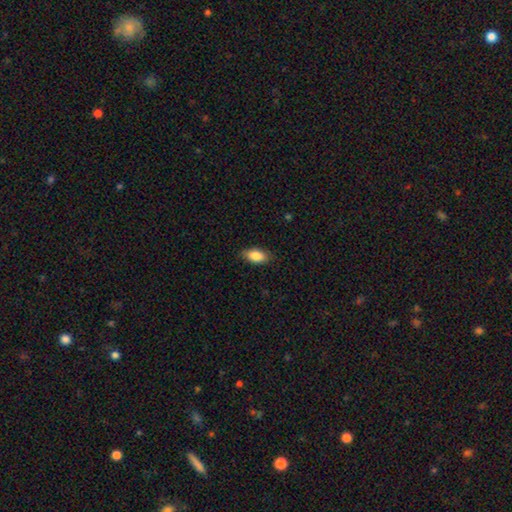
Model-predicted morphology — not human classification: Smooth or featured? smooth (85%)
How rounded? in between (90%)
Merging? none (85%)